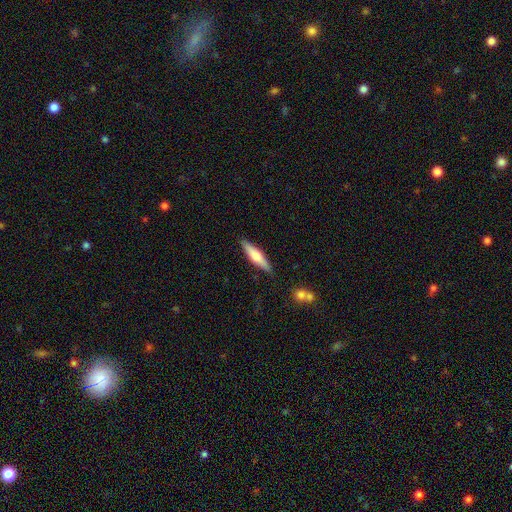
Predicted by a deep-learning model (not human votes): This appears to be a smooth galaxy with no disk features (59%) that is cigar-shaped (77%). Merging: none (87%).